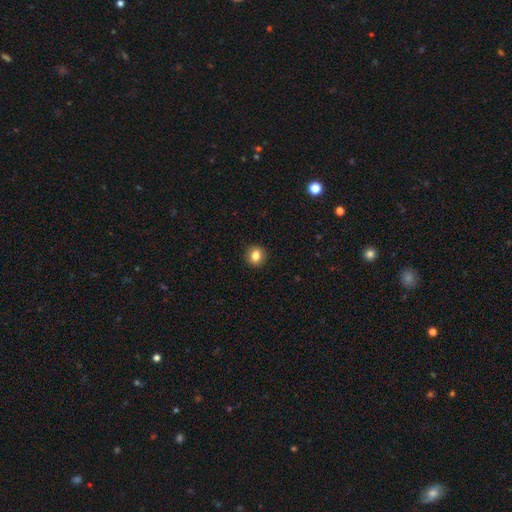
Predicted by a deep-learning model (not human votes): The model was most divided on "how rounded": round: 80%, in between: 19%, cigar-shaped: 1%. More confident: merging — none (91%); smooth or featured — smooth (83%).